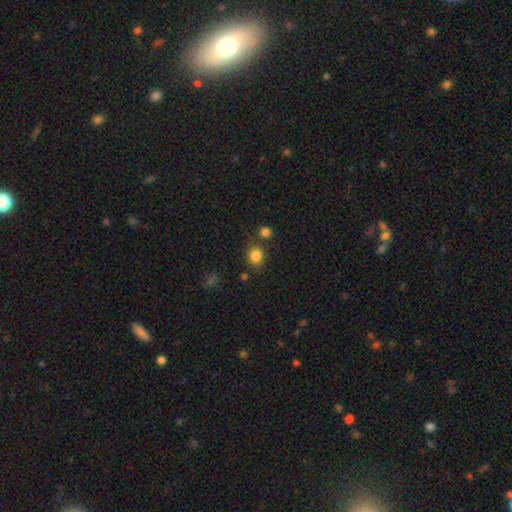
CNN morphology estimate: A smooth galaxy with no disk features (84%) that is round (80%).

Vote fractions:
- Smooth or featured? smooth: 84% / star or artifact: 12% / featured or disk: 5%
- How rounded? round: 80% / in between: 19% / cigar-shaped: 1%
- Merging? none: 77% / merger: 10% / minor disturbance: 10% / major disturbance: 4%